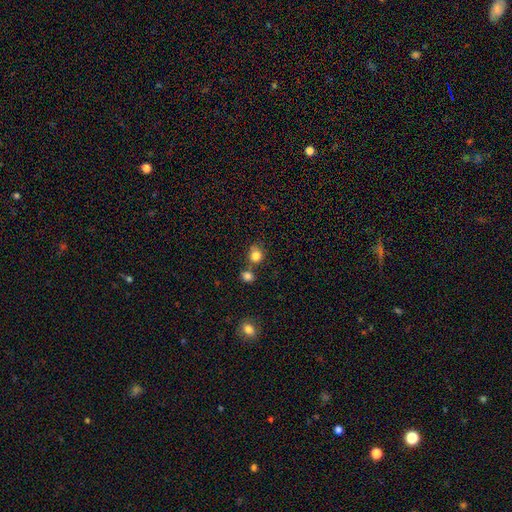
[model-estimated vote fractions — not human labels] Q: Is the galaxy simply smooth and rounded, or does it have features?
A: smooth — 83%.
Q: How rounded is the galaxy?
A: round — 74%.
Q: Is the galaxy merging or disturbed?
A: none — 58%.